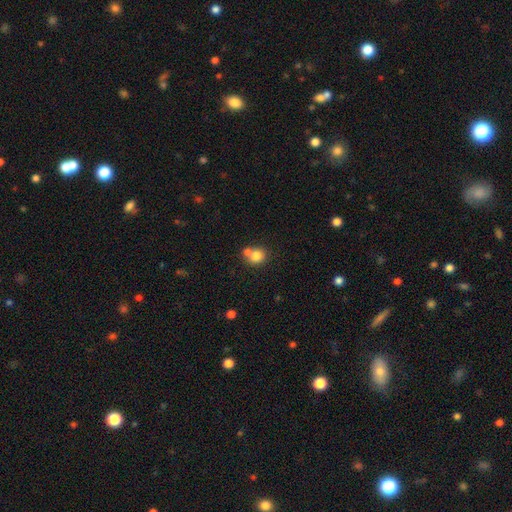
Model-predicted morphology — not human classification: smooth-or-featured: smooth: 80% | star or artifact: 10% | featured or disk: 10%
  how-rounded: round: 80% | in between: 19% | cigar-shaped: 1%
  merging: none: 50% | merger: 38% | minor disturbance: 9% | major disturbance: 3%